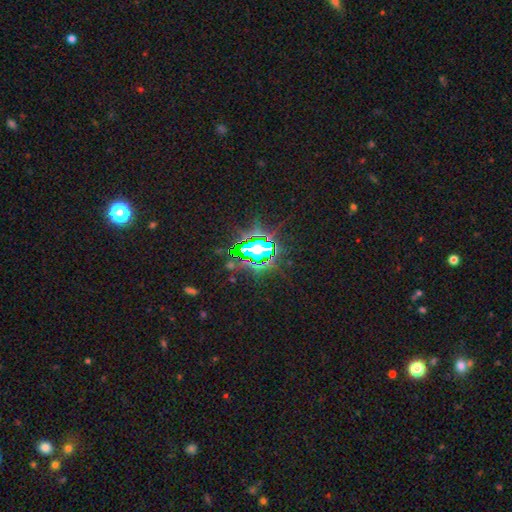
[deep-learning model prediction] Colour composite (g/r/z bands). It shows a star or artifact, not a galaxy (76%).